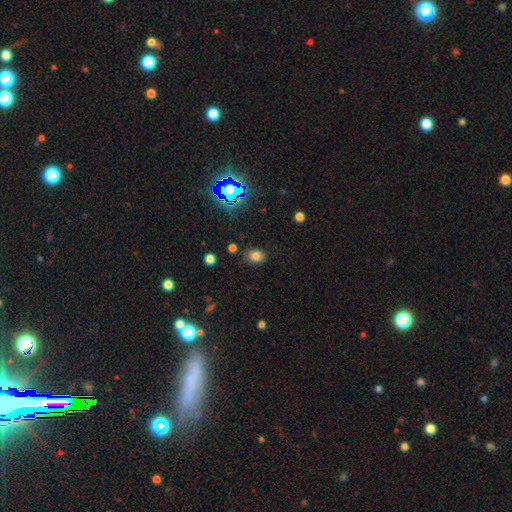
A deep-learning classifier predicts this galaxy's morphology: smooth_or_featured: smooth (p=0.76) [alt: star or artifact p=0.18]
how_rounded: in between (p=0.62) [alt: round p=0.37]
merging: none (p=0.81) [alt: minor disturbance p=0.13]